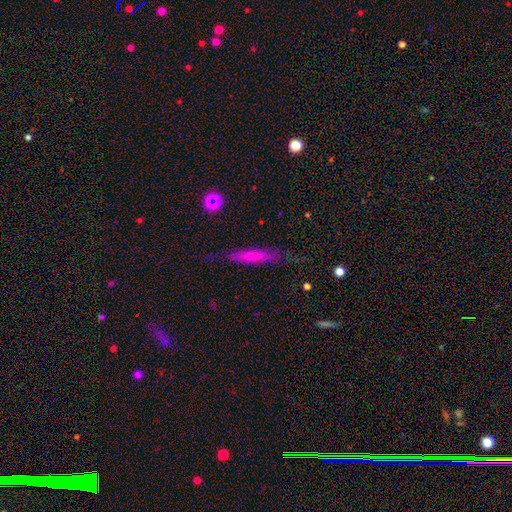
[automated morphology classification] A smooth galaxy with no disk features (46%). Merging: none (76%).